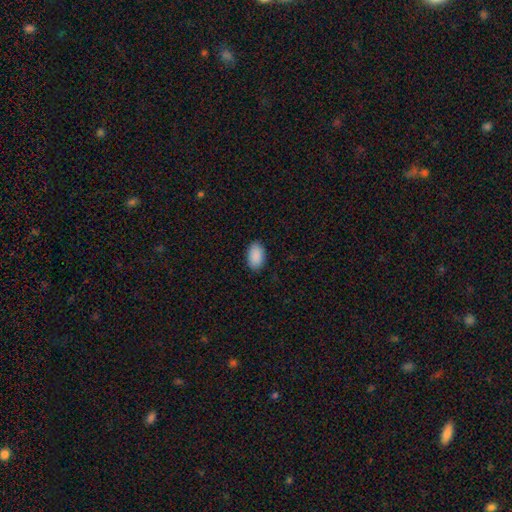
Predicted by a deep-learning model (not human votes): Smooth or featured? smooth (91%)
How rounded? in between (93%)
Merging? none (88%)